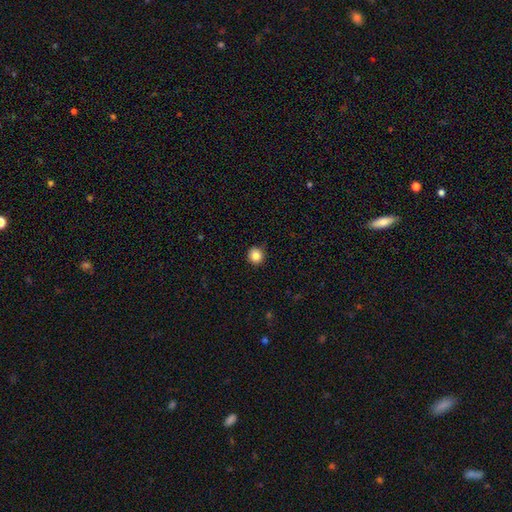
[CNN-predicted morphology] type=smooth (85%); roundness=round (94%); merging=none (89%).